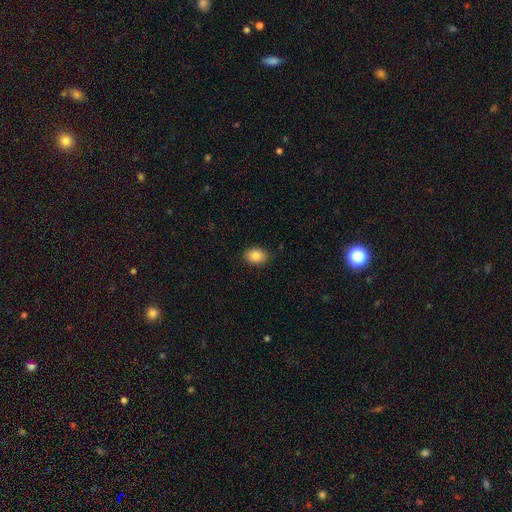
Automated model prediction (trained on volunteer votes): smooth-or-featured: smooth: 87% | star or artifact: 8% | featured or disk: 5%
  how-rounded: in between: 77% | round: 22% | cigar-shaped: 1%
  merging: none: 87% | minor disturbance: 10% | major disturbance: 2% | merger: 1%